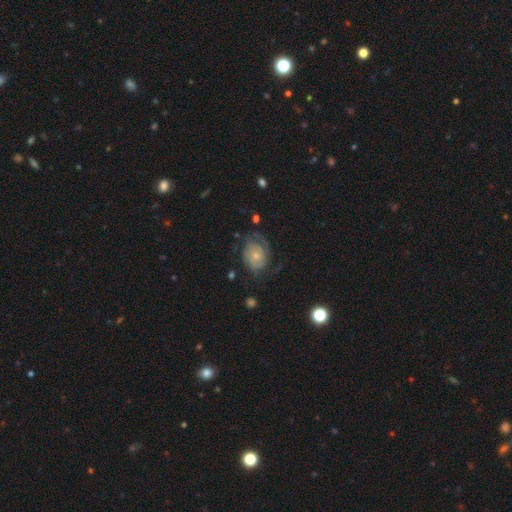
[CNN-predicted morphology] smooth_or_featured: featured or disk (p=0.61) [alt: smooth p=0.31]
disk_edge_on: no (p=0.97) [alt: yes p=0.03]
bar: no (p=0.80) [alt: weak p=0.17]
has_spiral_arms: yes (p=0.82) [alt: no p=0.18]
bulge_size: small (p=0.62) [alt: moderate p=0.29]
merging: none (p=0.52) [alt: minor disturbance p=0.25]